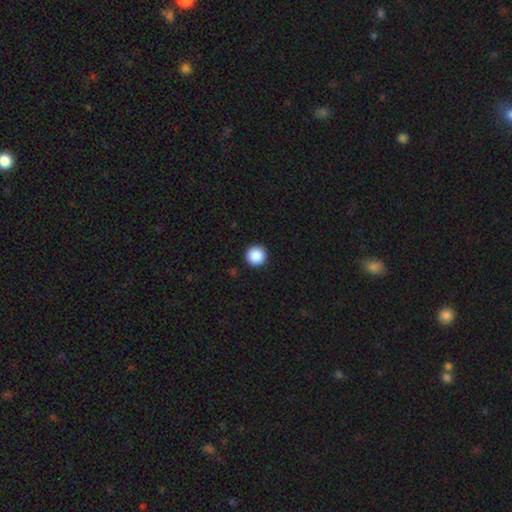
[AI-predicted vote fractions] A smooth galaxy with no disk features (88%) that is round (97%). Merging: none (93%).